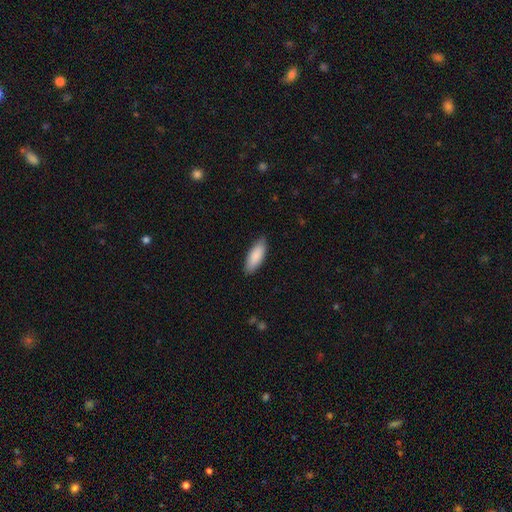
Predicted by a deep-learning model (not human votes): Smooth or featured: smooth — 89% (featured or disk — 6%)
How rounded: in between — 73% (cigar-shaped — 26%)
Merging: none — 86% (minor disturbance — 11%)